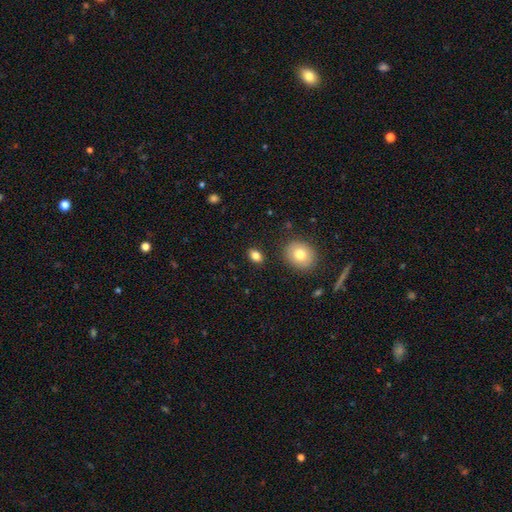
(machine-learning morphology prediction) A smooth galaxy with no disk features (83%) that is in between round and cigar-shaped (71%). Merging: none (87%).